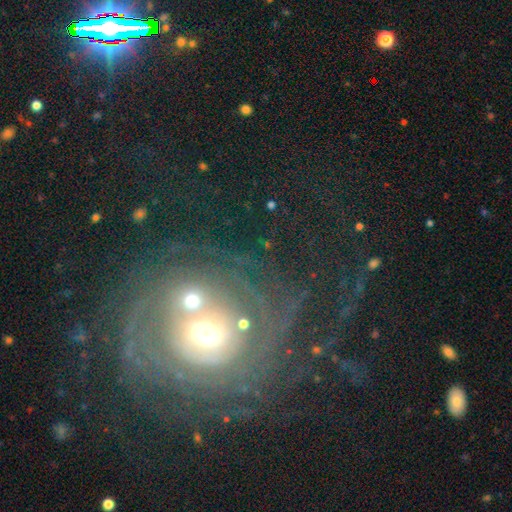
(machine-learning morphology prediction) A featured or disk galaxy (65%) with no bar (72%), spiral arms (73%) and a moderate central bulge (59%).

Vote fractions:
- Smooth or featured? featured or disk: 65% / star or artifact: 19% / smooth: 16%
- Edge-on disk? no: 96% / yes: 4%
- Bar? no: 72% / weak: 19% / strong: 9%
- Spiral arms? yes: 73% / no: 27%
- Bulge size? moderate: 59% / small: 21% / large: 14% / dominant: 4% / none: 3%
- Merging? none: 50% / major disturbance: 20% / merger: 16% / minor disturbance: 14%